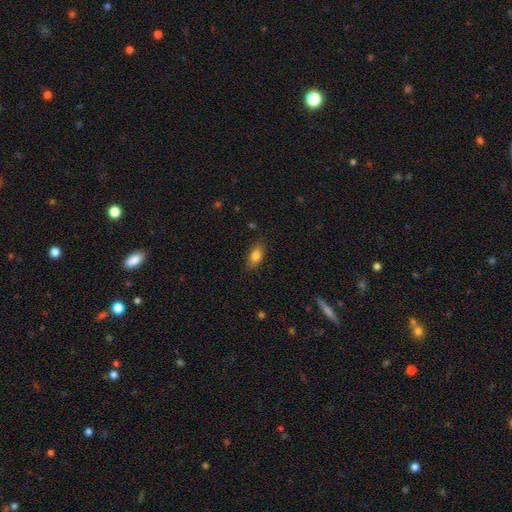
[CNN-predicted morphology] The model was most divided on "smooth or featured": smooth: 82%, featured or disk: 10%, star or artifact: 8%. More confident: how rounded — in between (86%); merging — none (84%).